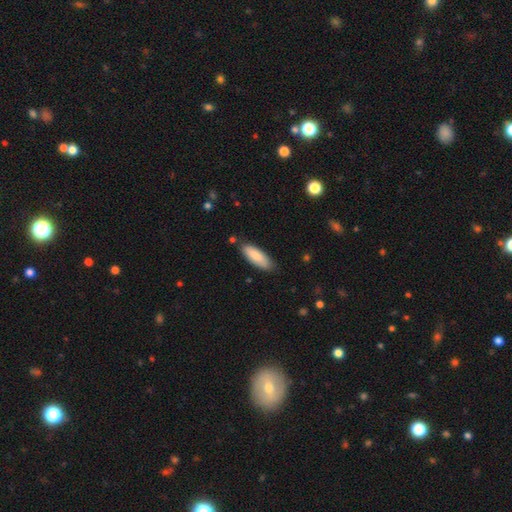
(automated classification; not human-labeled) Smooth or featured? Predicted: smooth (p=0.84). How rounded? Predicted: in between (p=0.64). Merging? Predicted: none (p=0.80).